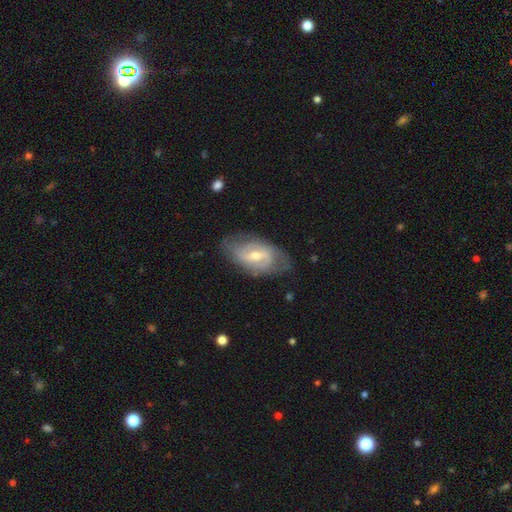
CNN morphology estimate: type=featured or disk (75%); edge-on=no (93%); bar=weak (52%); spiral arms=yes (84%); winding=tight (41%); arm count=2 (59%); bulge=moderate (54%); merging=none (72%).